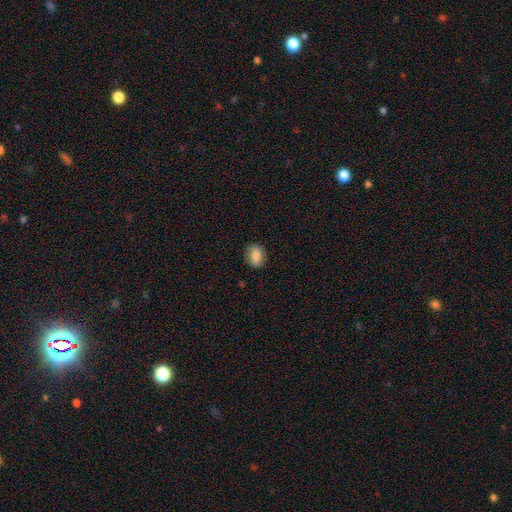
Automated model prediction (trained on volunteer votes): A smooth galaxy with no disk features (84%) that is in between round and cigar-shaped (66%).

Vote fractions:
- Smooth or featured? smooth: 84% / star or artifact: 8% / featured or disk: 8%
- How rounded? in between: 66% / round: 32% / cigar-shaped: 2%
- Merging? none: 84% / minor disturbance: 12% / major disturbance: 3% / merger: 1%